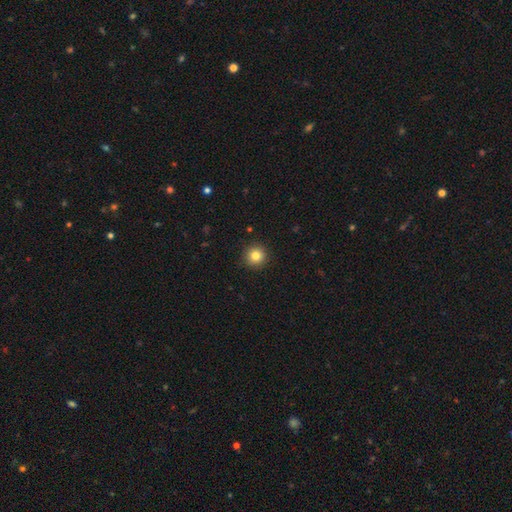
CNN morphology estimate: Q: Smooth or featured?
A: smooth (82%); runner-up: star or artifact (11%)
Q: How rounded?
A: round (95%); runner-up: in between (4%)
Q: Merging?
A: none (92%); runner-up: minor disturbance (6%)